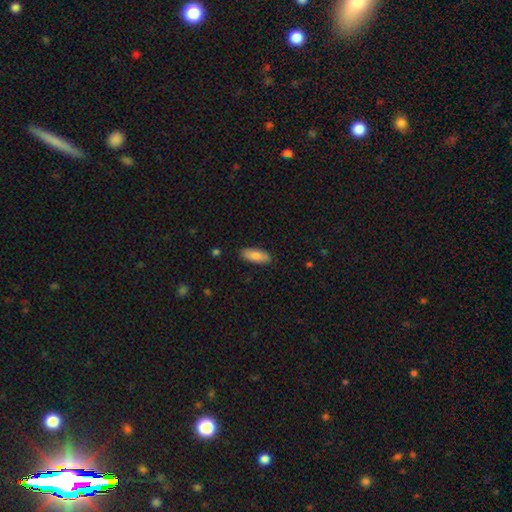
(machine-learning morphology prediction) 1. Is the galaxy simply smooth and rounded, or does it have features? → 83% smooth, 11% featured or disk, 6% star or artifact.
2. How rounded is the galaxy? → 76% in between, 23% cigar-shaped, 2% round.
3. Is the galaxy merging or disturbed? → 87% none, 10% minor disturbance, 2% major disturbance, 1% merger.